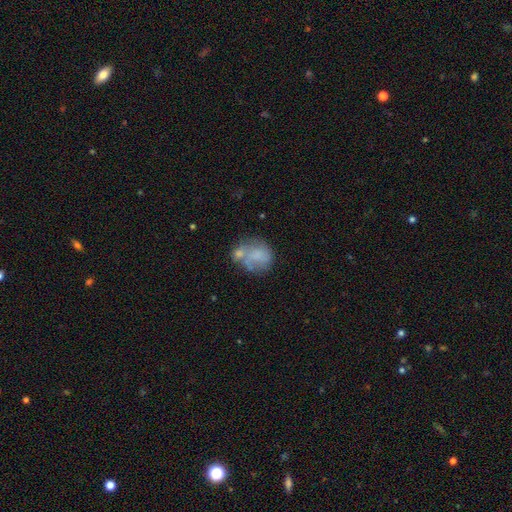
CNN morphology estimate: A smooth galaxy with no disk features (60%) that is round (66%).

Vote fractions:
- Smooth or featured? smooth: 60% / featured or disk: 30% / star or artifact: 10%
- How rounded? round: 66% / in between: 33% / cigar-shaped: 1%
- Merging? none: 37% / merger: 28% / minor disturbance: 20% / major disturbance: 15%